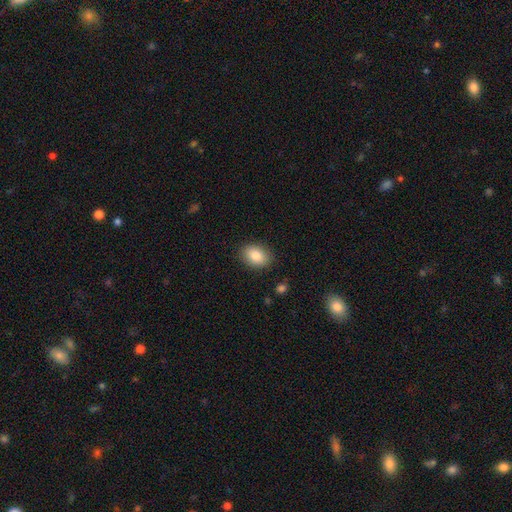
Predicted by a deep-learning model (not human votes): A smooth galaxy with no disk features (84%) that is in between round and cigar-shaped (73%). Merging: none (87%).